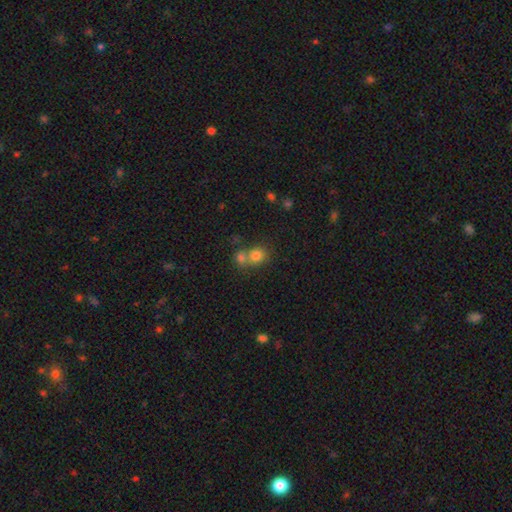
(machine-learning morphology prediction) A smooth galaxy with no disk features (77%) that is round (73%). Merging: merger (52%).